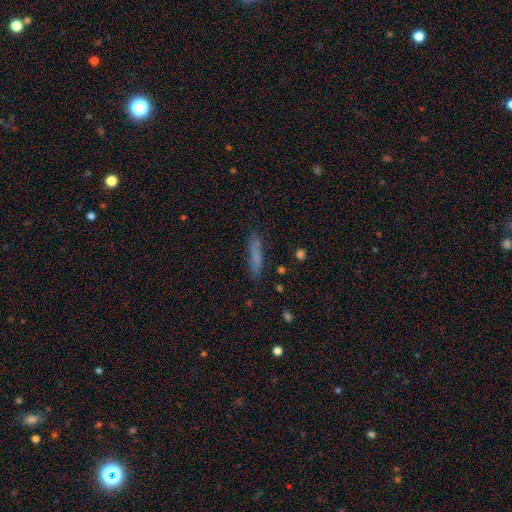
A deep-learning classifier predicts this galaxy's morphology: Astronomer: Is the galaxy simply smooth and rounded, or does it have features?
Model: smooth — 74%.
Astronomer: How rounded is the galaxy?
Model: cigar-shaped — 89%.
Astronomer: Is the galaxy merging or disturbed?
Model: none — 83%.